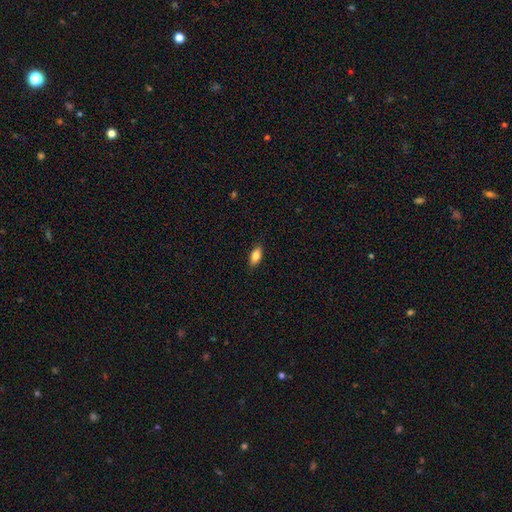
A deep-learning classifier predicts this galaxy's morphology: Smooth or featured?
  - smooth: 82% *
  - featured or disk: 11%
  - star or artifact: 7%
How rounded?
  - in between: 86% *
  - cigar-shaped: 11%
  - round: 3%
Merging?
  - none: 87% *
  - minor disturbance: 10%
  - major disturbance: 2%
  - merger: 1%